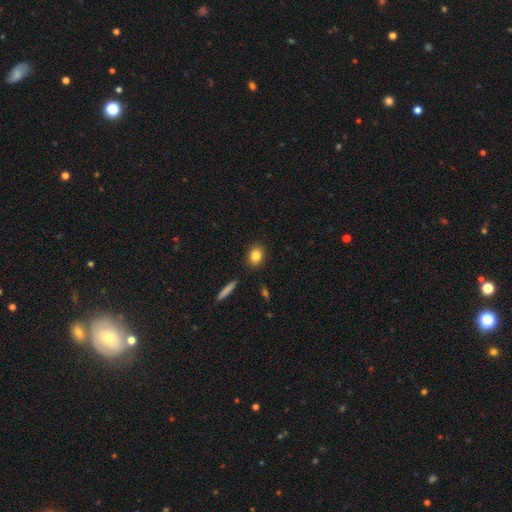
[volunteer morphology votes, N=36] This is clearly a smooth galaxy (83%). How rounded: possibly in between (50%). Merging: clearly none (88%).